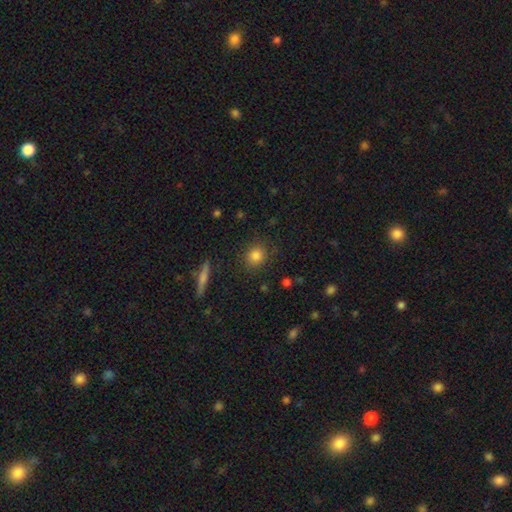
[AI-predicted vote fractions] The model was most divided on "how rounded": round: 80%, in between: 18%, cigar-shaped: 2%. More confident: merging — none (85%); smooth or featured — smooth (83%).